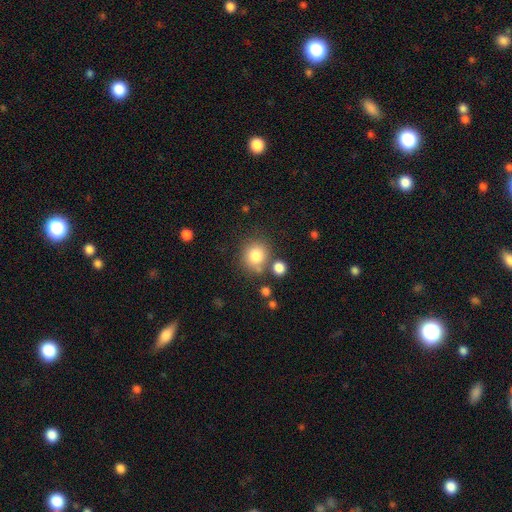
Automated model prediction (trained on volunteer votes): Morphology: type=smooth (81%); roundness=round (85%); merging=none (70%).